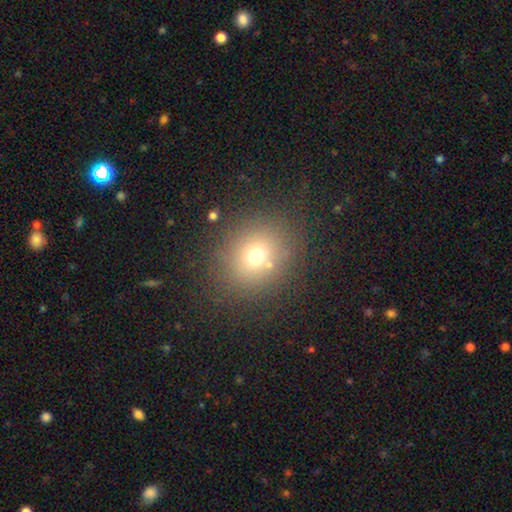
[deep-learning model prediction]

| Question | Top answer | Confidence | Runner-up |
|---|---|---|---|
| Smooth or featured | smooth | 69% | star or artifact (18%) |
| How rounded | round | 77% | in between (22%) |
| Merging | none | 80% | minor disturbance (10%) |